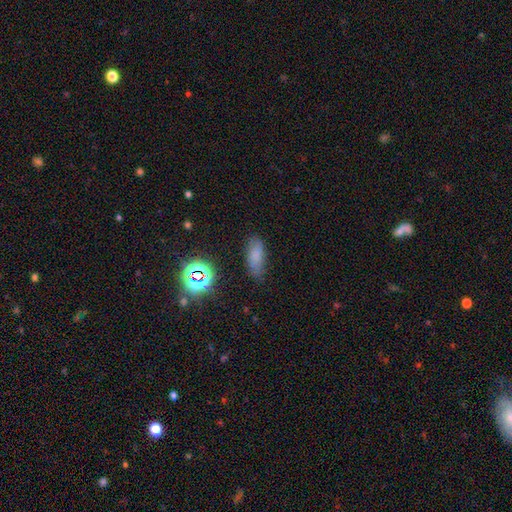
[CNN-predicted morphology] Overall: smooth (73%). How rounded: in between (78%). Merging: none (75%).